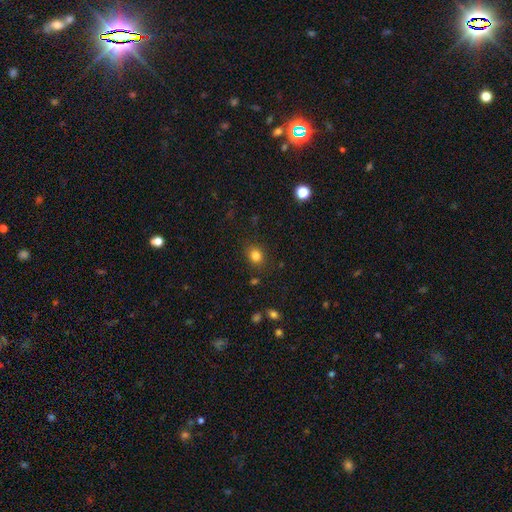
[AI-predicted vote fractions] A smooth galaxy with no disk features (81%) that is round (64%).

Vote fractions:
- Smooth or featured? smooth: 81% / star or artifact: 13% / featured or disk: 6%
- How rounded? round: 64% / in between: 35% / cigar-shaped: 1%
- Merging? none: 85% / minor disturbance: 10% / major disturbance: 3% / merger: 2%